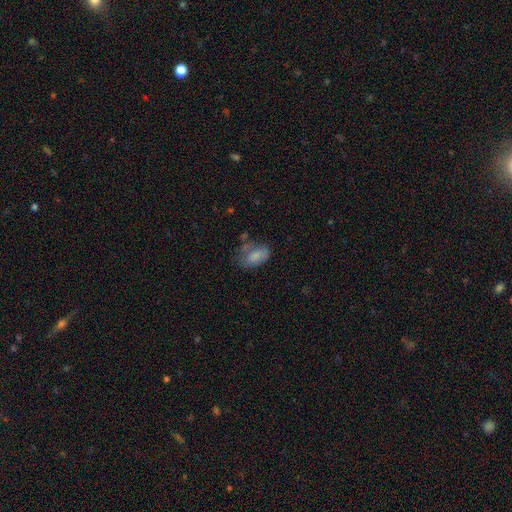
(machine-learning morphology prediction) smooth-or-featured: smooth: 75% | featured or disk: 16% | star or artifact: 9%
  how-rounded: in between: 88% | round: 10% | cigar-shaped: 2%
  merging: none: 44% | minor disturbance: 30% | major disturbance: 19% | merger: 7%